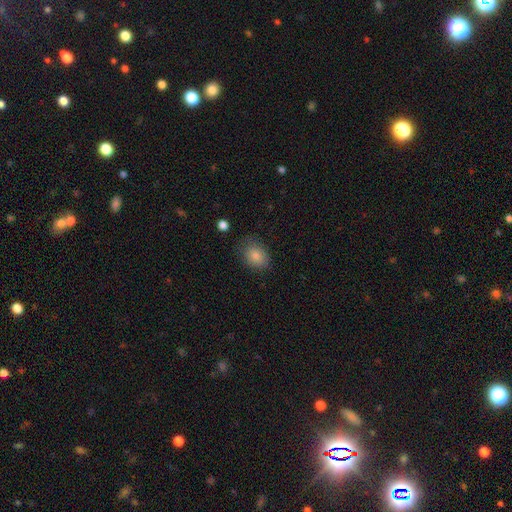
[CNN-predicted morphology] smooth-or-featured: smooth: 85% | star or artifact: 9% | featured or disk: 7%
  how-rounded: in between: 67% | round: 32% | cigar-shaped: 1%
  merging: none: 72% | minor disturbance: 21% | major disturbance: 5% | merger: 2%